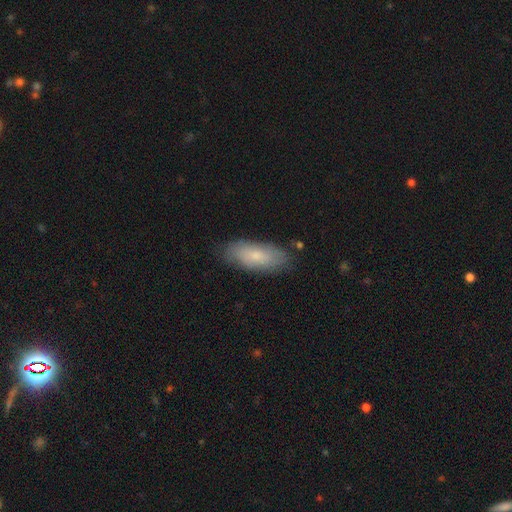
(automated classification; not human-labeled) smooth_or_featured: smooth (p=0.73) [alt: featured or disk p=0.20]
how_rounded: in between (p=0.81) [alt: cigar-shaped p=0.17]
merging: none (p=0.80) [alt: minor disturbance p=0.15]